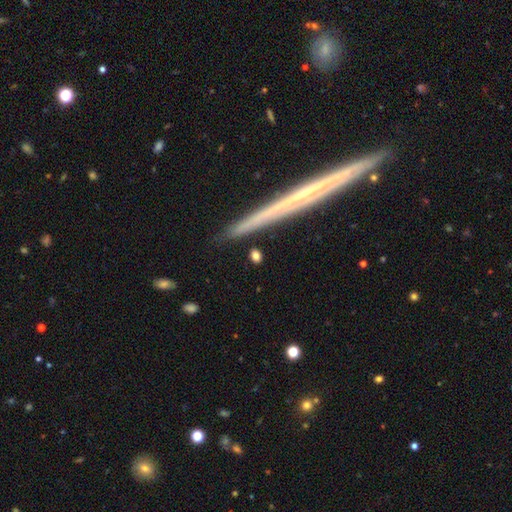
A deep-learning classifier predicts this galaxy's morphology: This is likely a smooth galaxy (77%). How rounded: marginally in between (43%). Merging: clearly none (82%).